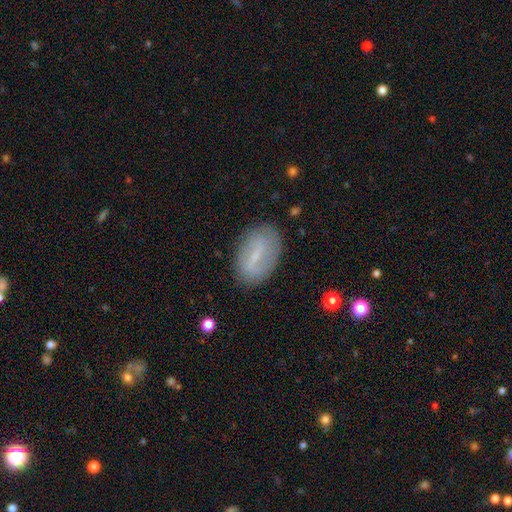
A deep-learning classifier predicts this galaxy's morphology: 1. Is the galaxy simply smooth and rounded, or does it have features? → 51% featured or disk, 40% smooth, 9% star or artifact.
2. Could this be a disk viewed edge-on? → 89% no, 11% yes.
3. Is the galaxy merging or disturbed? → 82% none, 13% minor disturbance, 4% major disturbance, 1% merger.